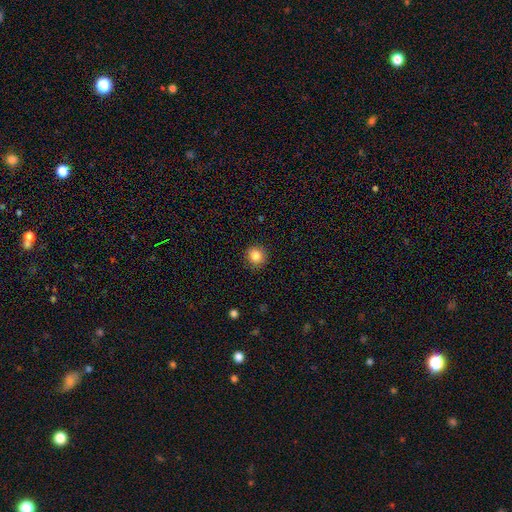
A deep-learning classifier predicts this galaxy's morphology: The model was most divided on "smooth or featured": smooth: 85%, star or artifact: 10%, featured or disk: 5%. More confident: merging — none (90%); how rounded — round (88%).